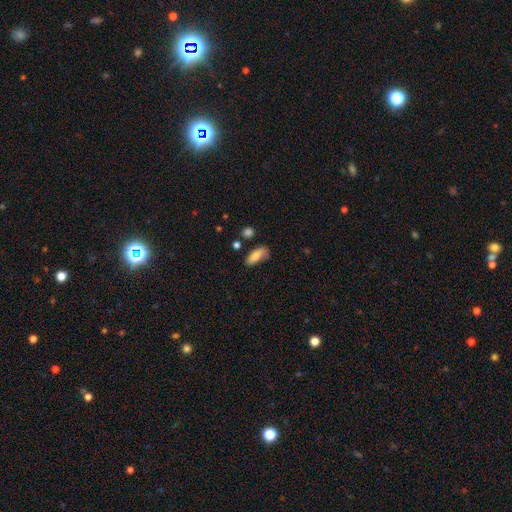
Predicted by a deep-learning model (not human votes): Overall: smooth (81%). How rounded: in between (78%). Merging: none (53%; minor disturbance 31%).